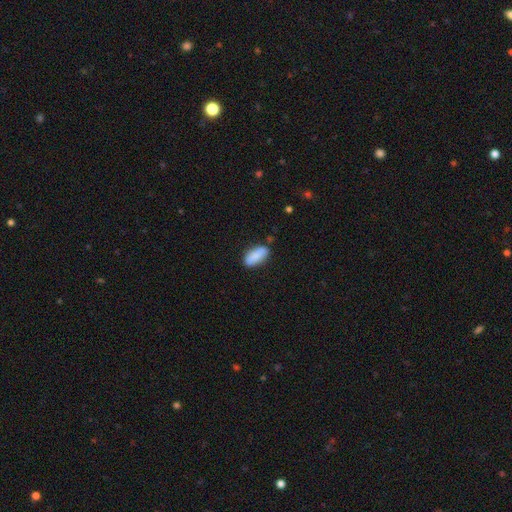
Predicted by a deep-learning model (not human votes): Smooth or featured? Predicted: smooth (p=0.85). How rounded? Predicted: in between (p=0.86). Merging? Predicted: none (p=0.80).